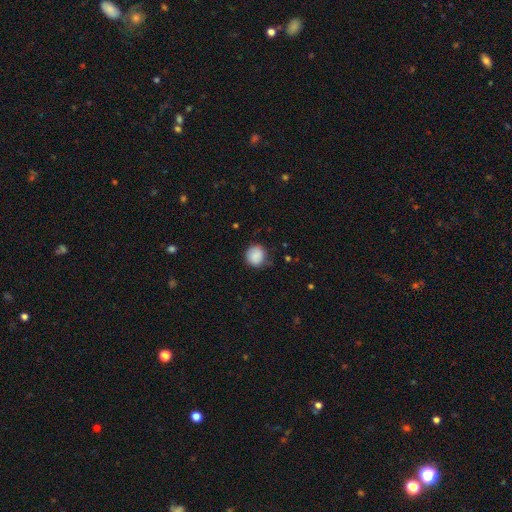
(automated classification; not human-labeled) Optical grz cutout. It shows a smooth galaxy with no disk features (87%) that is round (89%). Merging: none (76%).